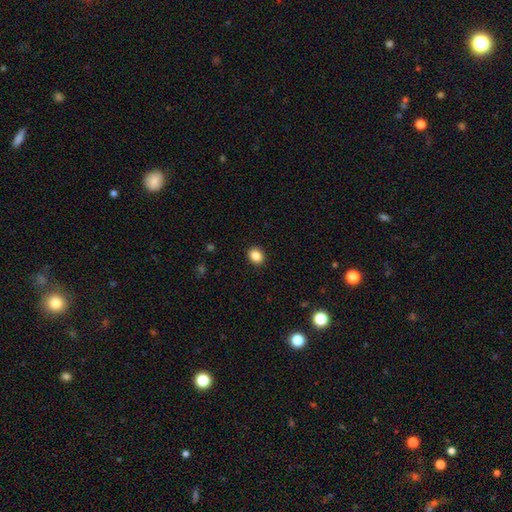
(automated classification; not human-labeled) This appears to be a smooth galaxy with no disk features (87%) that is round (57%). Merging: none (91%).